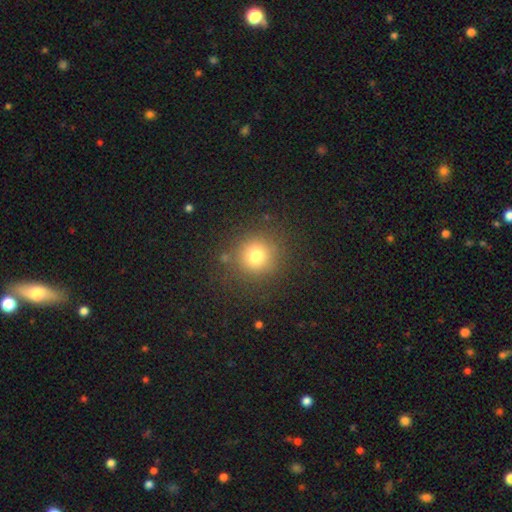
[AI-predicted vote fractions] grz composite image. It shows a smooth galaxy with no disk features (75%) that is round (93%). Merging: none (85%).